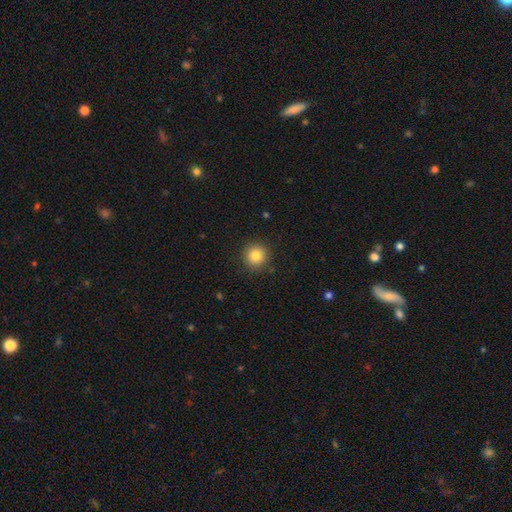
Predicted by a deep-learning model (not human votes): A smooth galaxy with no disk features (83%) that is round (94%).

Vote fractions:
- Smooth or featured? smooth: 83% / star or artifact: 10% / featured or disk: 7%
- How rounded? round: 94% / in between: 5% / cigar-shaped: 1%
- Merging? none: 90% / minor disturbance: 6% / major disturbance: 2% / merger: 1%